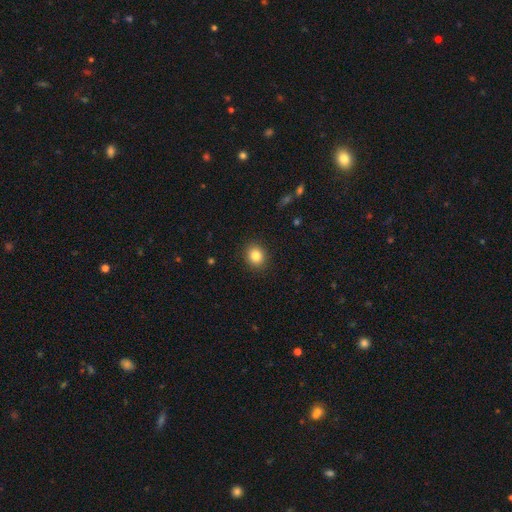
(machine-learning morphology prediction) smooth-or-featured: smooth: 84% | star or artifact: 10% | featured or disk: 6%
  how-rounded: round: 72% | in between: 28% | cigar-shaped: 1%
  merging: none: 90% | minor disturbance: 7% | major disturbance: 2% | merger: 1%